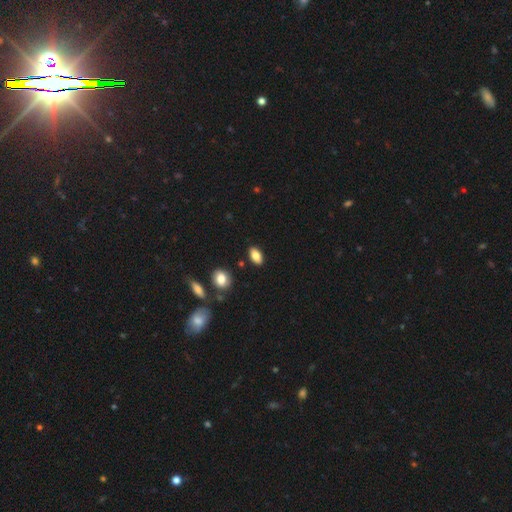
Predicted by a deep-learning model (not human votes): The model was most divided on "smooth or featured": smooth: 82%, featured or disk: 10%, star or artifact: 8%. More confident: how rounded — in between (90%); merging — none (87%).